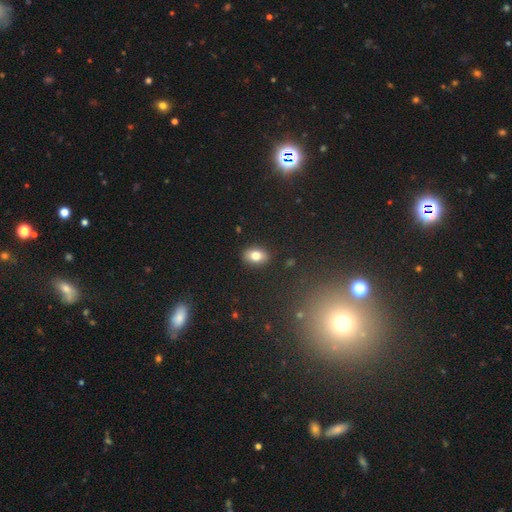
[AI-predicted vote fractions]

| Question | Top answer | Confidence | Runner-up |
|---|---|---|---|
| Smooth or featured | smooth | 80% | featured or disk (10%) |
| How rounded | in between | 82% | round (16%) |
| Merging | none | 88% | minor disturbance (8%) |